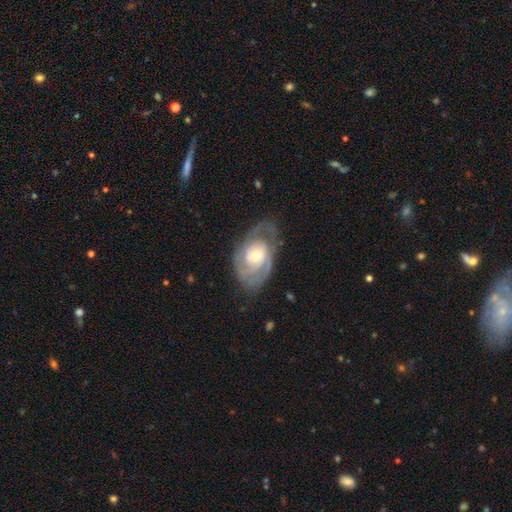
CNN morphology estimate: A featured or disk galaxy (85%) with no bar (68%), 2 (50%) tight (62%) spiral arms (94%) and a moderate central bulge (63%). Merging: none (70%).